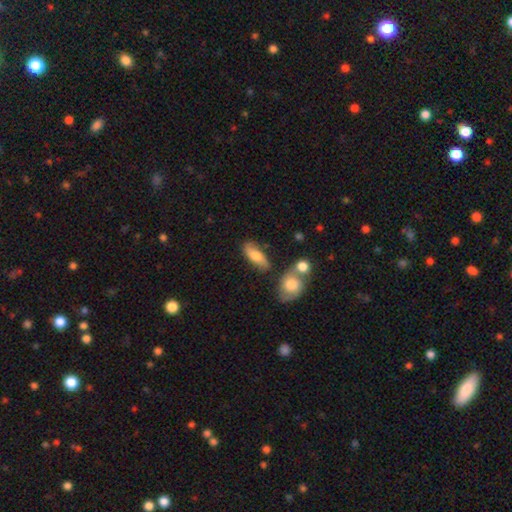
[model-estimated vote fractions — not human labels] smooth 54%, featured or disk 39%, star or artifact 7%. Down the decision tree: how rounded — in between (71%); merging — none (65%).